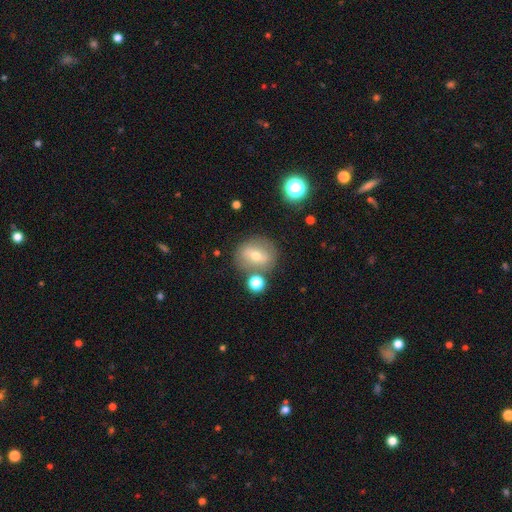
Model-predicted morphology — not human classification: A smooth galaxy with no disk features (51%) that is round (70%).

Vote fractions:
- Smooth or featured? smooth: 51% / featured or disk: 38% / star or artifact: 11%
- How rounded? round: 70% / in between: 28% / cigar-shaped: 1%
- Merging? none: 71% / minor disturbance: 13% / merger: 11% / major disturbance: 5%